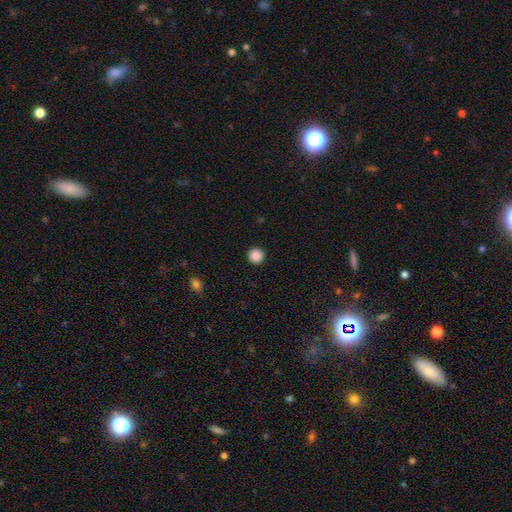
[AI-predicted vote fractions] Smooth or featured? Predicted: smooth (p=0.88). How rounded? Predicted: round (p=0.95). Merging? Predicted: none (p=0.93).